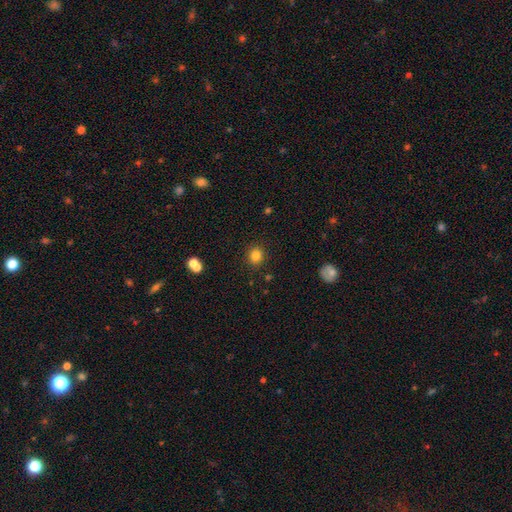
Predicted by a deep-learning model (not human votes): The model was most divided on "how rounded": round: 85%, in between: 14%, cigar-shaped: 1%. More confident: merging — none (89%); smooth or featured — smooth (83%).